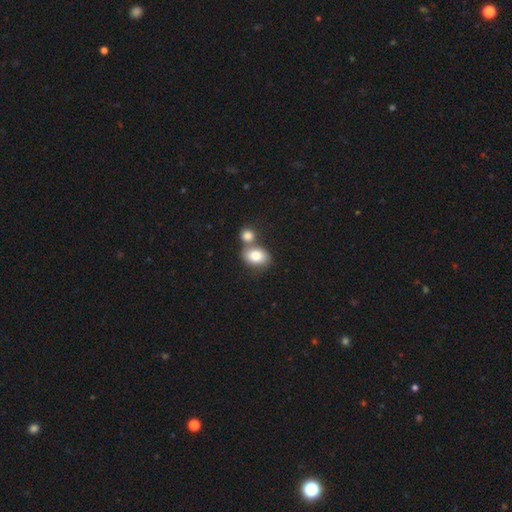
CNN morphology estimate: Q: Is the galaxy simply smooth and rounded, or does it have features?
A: smooth — 81%.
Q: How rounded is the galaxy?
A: in between — 67%.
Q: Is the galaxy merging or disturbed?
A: merger — 47%.